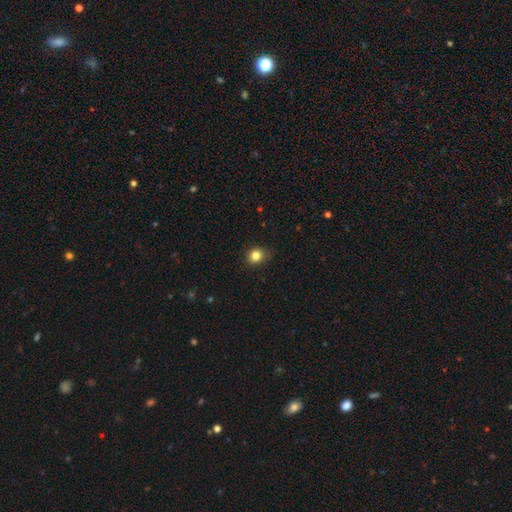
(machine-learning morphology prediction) Overall: smooth (84%). How rounded: round (75%). Merging: none (84%).